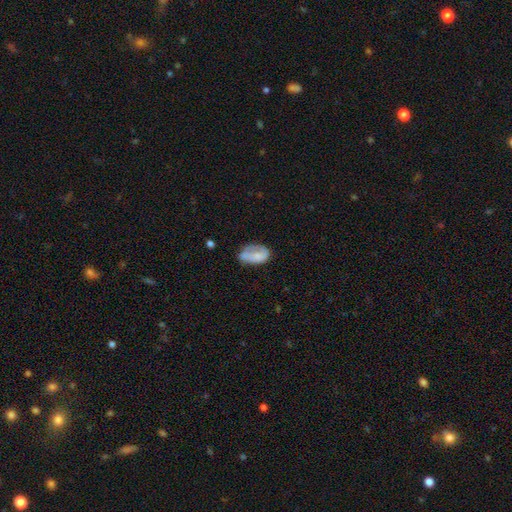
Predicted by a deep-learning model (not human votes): The model was most divided on "merging": none: 36%, minor disturbance: 33%, major disturbance: 23%, merger: 8%. More confident: how rounded — in between (90%); smooth or featured — smooth (57%).